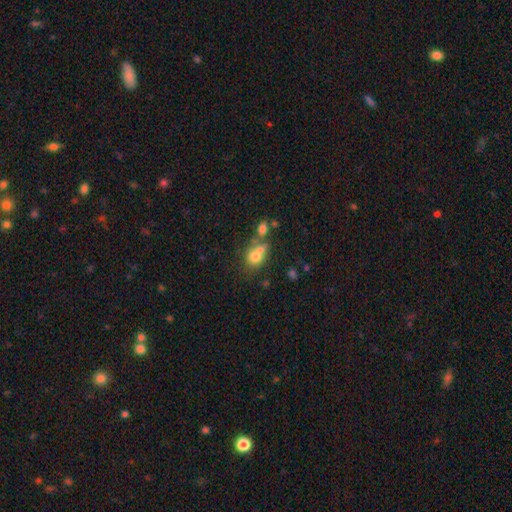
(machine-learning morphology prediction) A smooth galaxy with no disk features (72%) that is round (64%). Merging: merger (48%).